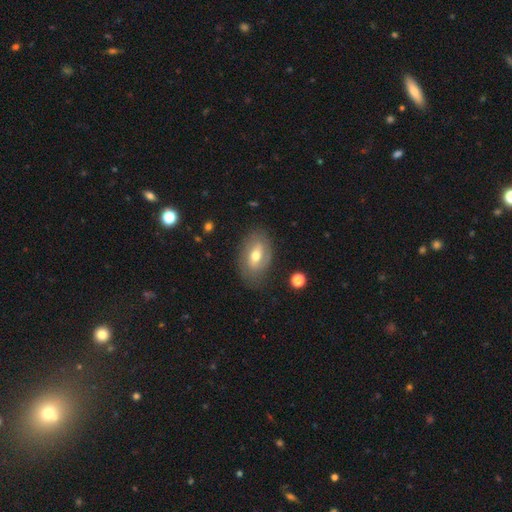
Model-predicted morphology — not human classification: This appears to be a featured or disk galaxy (49%). Merging: none (73%).